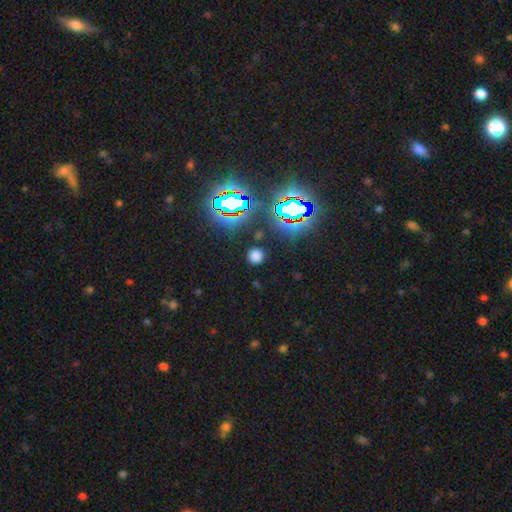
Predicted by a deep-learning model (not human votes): Q: Smooth or featured?
A: smooth (66%); runner-up: star or artifact (28%)
Q: How rounded?
A: round (92%); runner-up: in between (7%)
Q: Merging?
A: none (88%); runner-up: minor disturbance (7%)